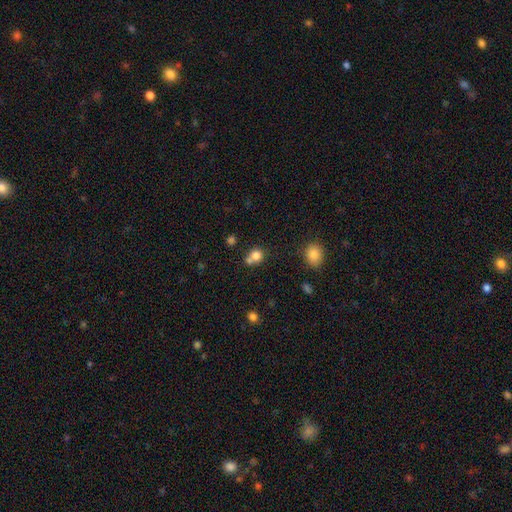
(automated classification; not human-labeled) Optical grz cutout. It shows a smooth galaxy with no disk features (79%) that is round (77%). Merging: merger (44%).